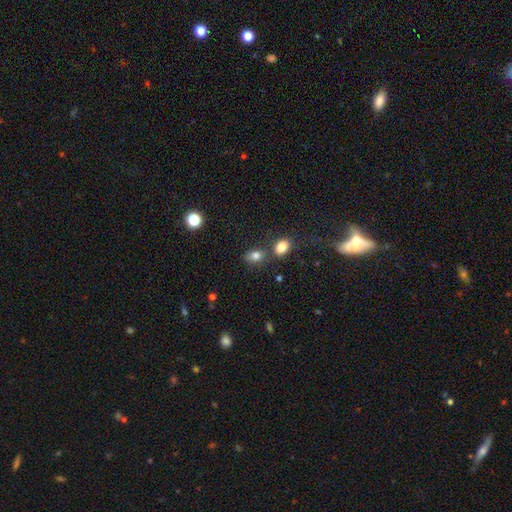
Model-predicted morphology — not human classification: Overall: smooth (80%). How rounded: in between (76%). Merging: none (63%).